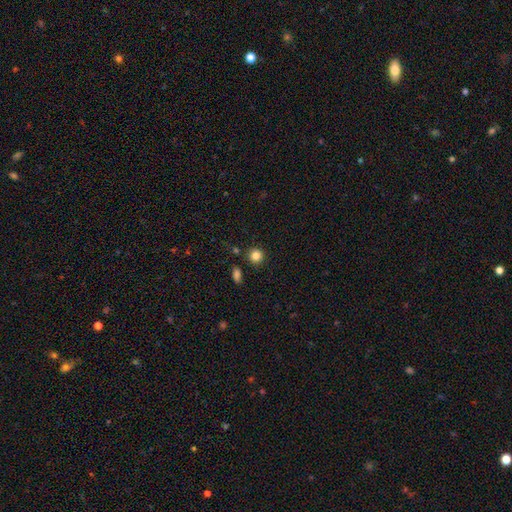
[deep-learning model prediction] This is clearly a smooth galaxy (84%). How rounded: clearly round (91%). Merging: clearly none (87%).